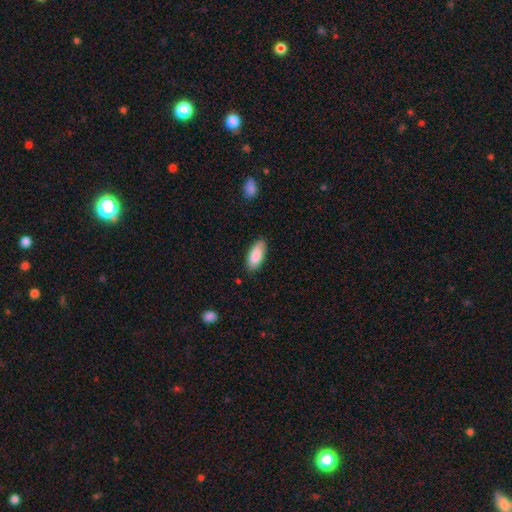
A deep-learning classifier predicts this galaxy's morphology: The model was most divided on "merging": none: 82%, minor disturbance: 15%, major disturbance: 2%, merger: 1%. More confident: smooth or featured — smooth (87%); how rounded — in between (86%).